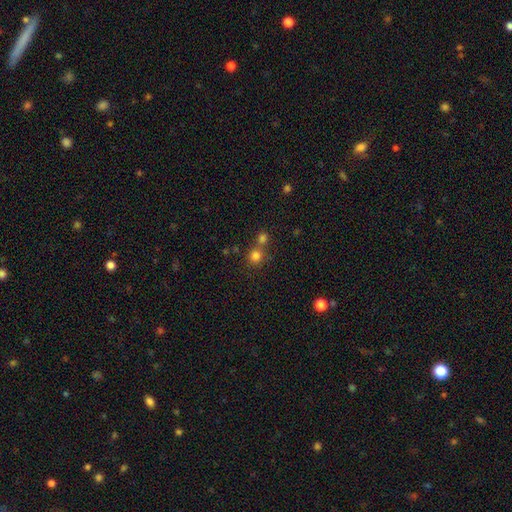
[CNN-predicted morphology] Overall: smooth (79%). How rounded: round (90%). Merging: none (59%; merger 32%).